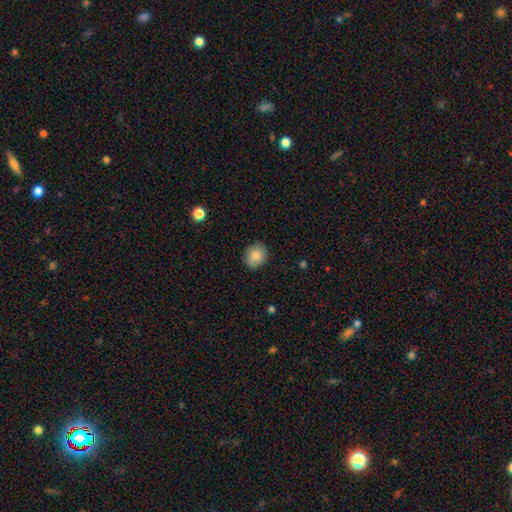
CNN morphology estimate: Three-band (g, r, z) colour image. It shows a smooth galaxy with no disk features (85%) that is round (58%). Merging: none (87%).